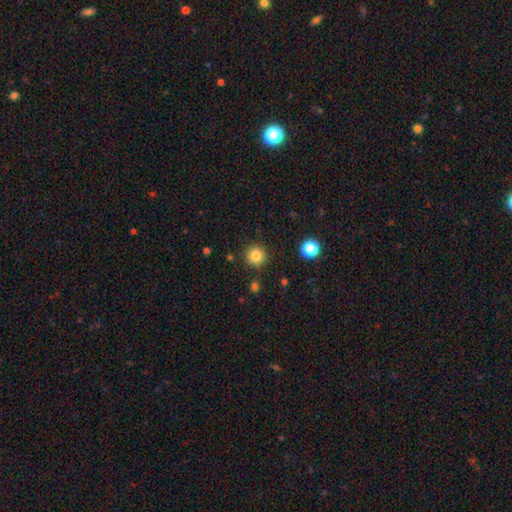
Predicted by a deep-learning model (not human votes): Smooth or featured? Predicted: smooth (p=0.83). How rounded? Predicted: round (p=0.95). Merging? Predicted: none (p=0.89).